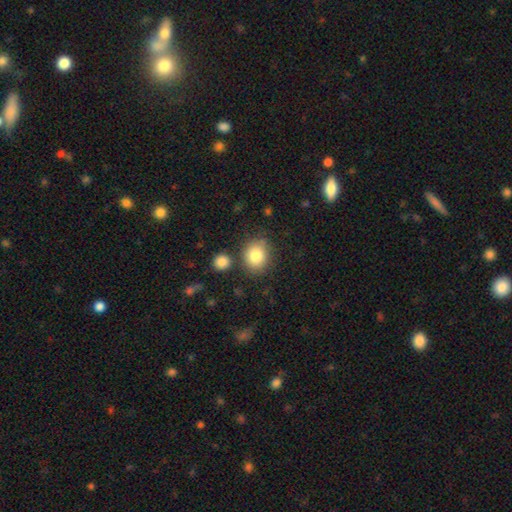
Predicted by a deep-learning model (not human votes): Morphology: type=smooth (84%); roundness=round (66%); merging=none (76%).